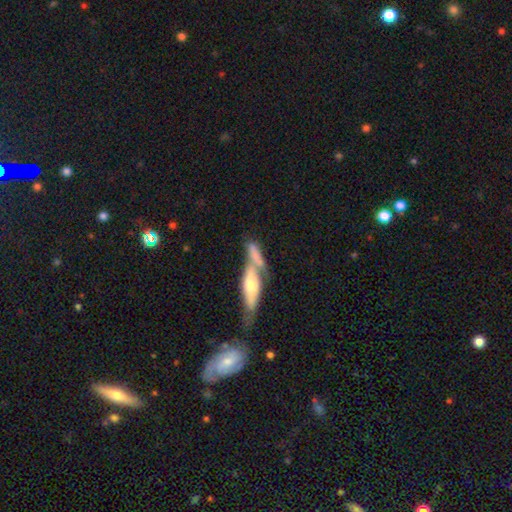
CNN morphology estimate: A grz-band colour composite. It shows a smooth galaxy with no disk features (61%) that is cigar-shaped (59%). Merging: merger (53%).